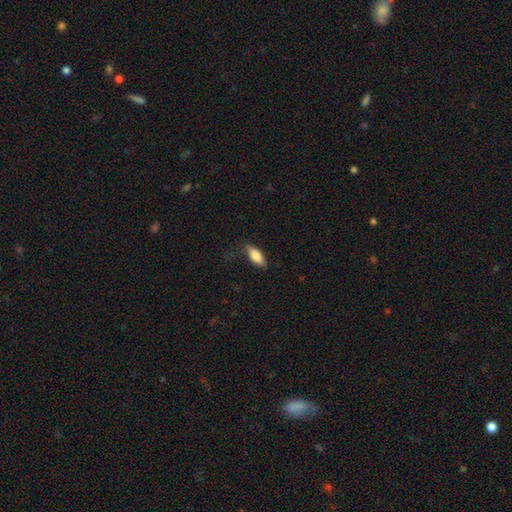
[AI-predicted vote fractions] smooth 82%, featured or disk 12%, star or artifact 6%. Down the decision tree: how rounded — in between (80%); merging — none (70%).